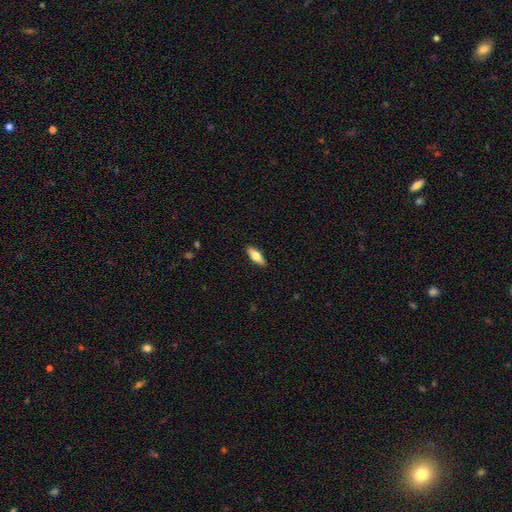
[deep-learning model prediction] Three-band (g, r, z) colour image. It shows a smooth galaxy with no disk features (62%) that is in between round and cigar-shaped (59%). Merging: none (90%).